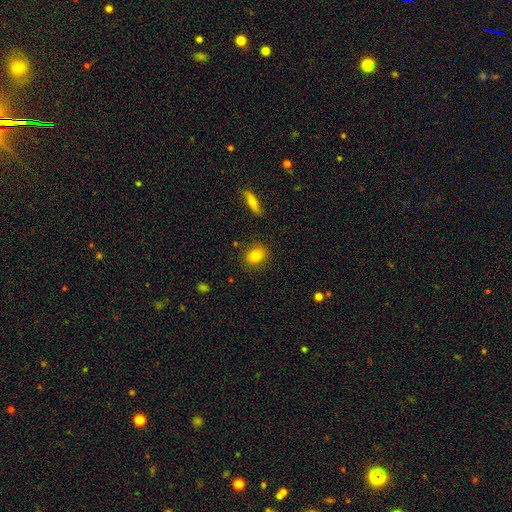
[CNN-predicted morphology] smooth 80%, featured or disk 11%, star or artifact 10%. Down the decision tree: how rounded — round (52%); merging — none (85%).